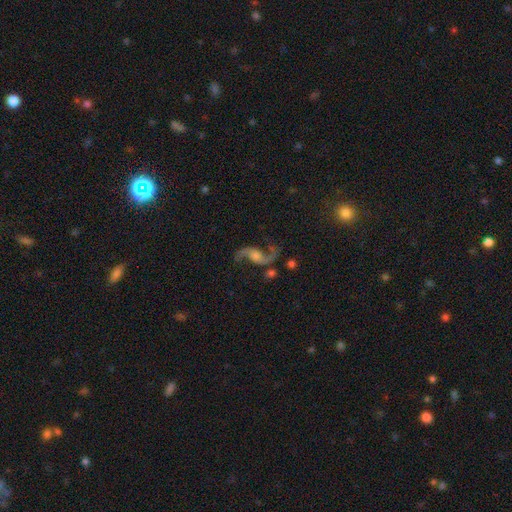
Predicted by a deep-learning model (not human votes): featured or disk 90%, star or artifact 6%, smooth 5%. Down the decision tree: edge-on disk — no (97%); bar — no (59%); spiral arms — yes (97%); spiral arm count — 2 (94%); spiral winding — loose (85%); bulge size — moderate (35%); merging — none (76%).